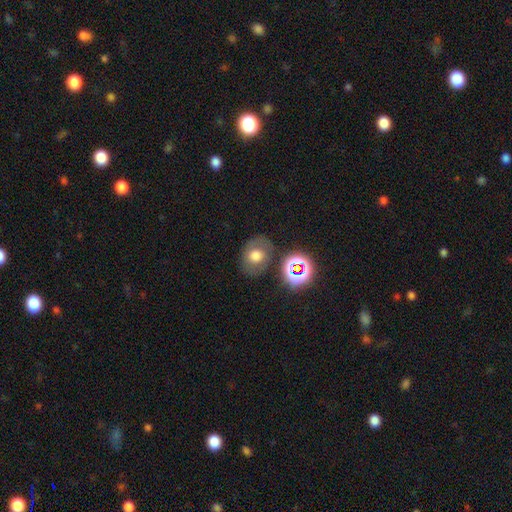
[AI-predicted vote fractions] Smooth or featured: smooth — 62% (featured or disk — 23%)
How rounded: in between — 52% (round — 47%)
Merging: none — 73% (minor disturbance — 14%)